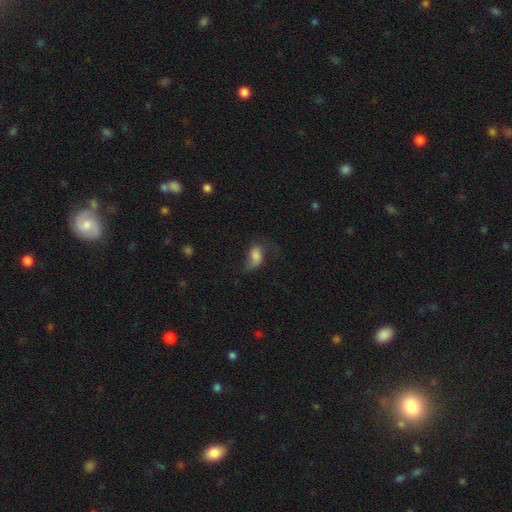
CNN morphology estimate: The model was most divided on "merging" (2-way tie): major disturbance: 35%, none: 35%, minor disturbance: 27%, merger: 3%. More confident: how rounded — in between (85%); smooth or featured — smooth (56%).